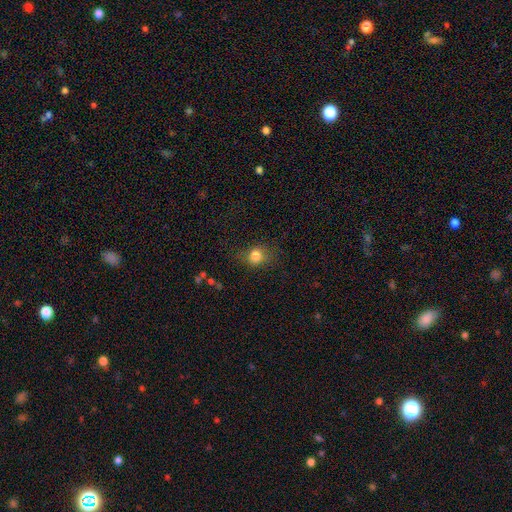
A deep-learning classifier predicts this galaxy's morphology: smooth_or_featured: smooth (p=0.80) [alt: star or artifact p=0.11]
how_rounded: round (p=0.65) [alt: in between p=0.33]
merging: none (p=0.69) [alt: minor disturbance p=0.20]